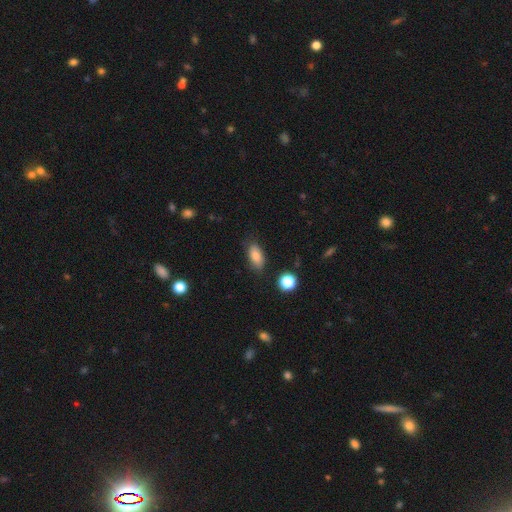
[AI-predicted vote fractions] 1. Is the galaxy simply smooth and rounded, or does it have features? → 82% smooth, 10% featured or disk, 9% star or artifact.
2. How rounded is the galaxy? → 87% in between, 8% cigar-shaped, 5% round.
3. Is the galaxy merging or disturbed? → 80% none, 14% minor disturbance, 3% major disturbance, 2% merger.